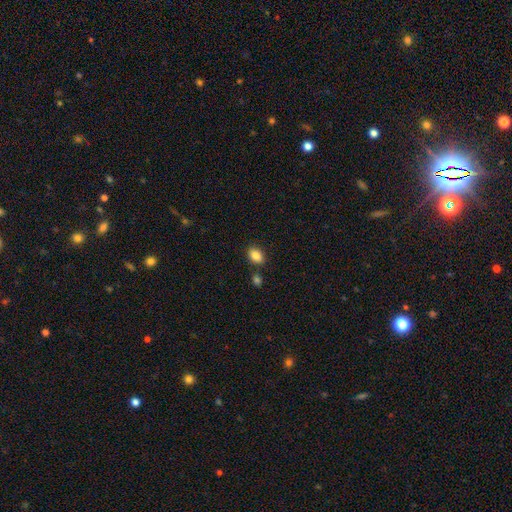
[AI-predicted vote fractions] Smooth or featured? Predicted: smooth (p=0.86). How rounded? Predicted: in between (p=0.79). Merging? Predicted: none (p=0.79).